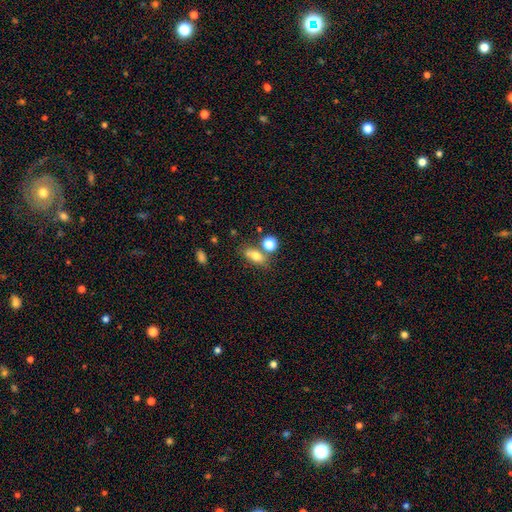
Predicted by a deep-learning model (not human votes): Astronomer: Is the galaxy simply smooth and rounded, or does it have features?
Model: smooth — 75%.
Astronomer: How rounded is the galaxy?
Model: in between — 72%.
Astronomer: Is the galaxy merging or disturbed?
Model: none — 57%.